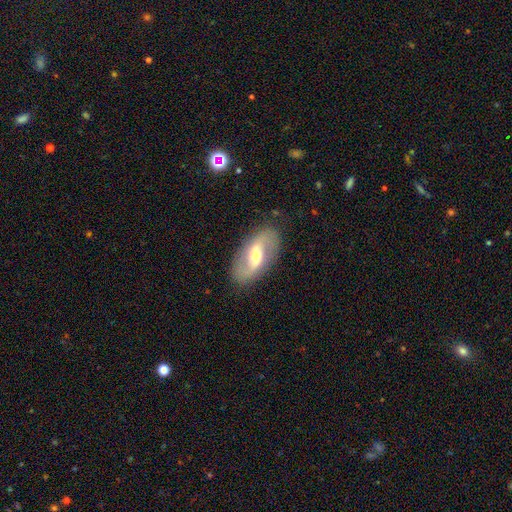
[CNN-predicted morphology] Overall: featured or disk (75%). Edge-on disk: no (94%). Bar: weak (47%; strong 31%). Spiral arms: yes (86%). Spiral arm count: 2 (90%). Spiral winding: loose (58%; medium 31%). Bulge size: moderate (61%; small 31%). Merging: none (85%).